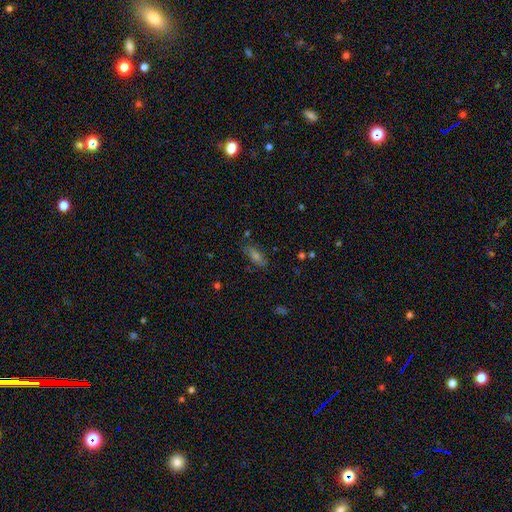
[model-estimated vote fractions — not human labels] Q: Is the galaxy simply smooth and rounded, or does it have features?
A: smooth — 48%.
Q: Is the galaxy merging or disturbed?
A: none — 74%.